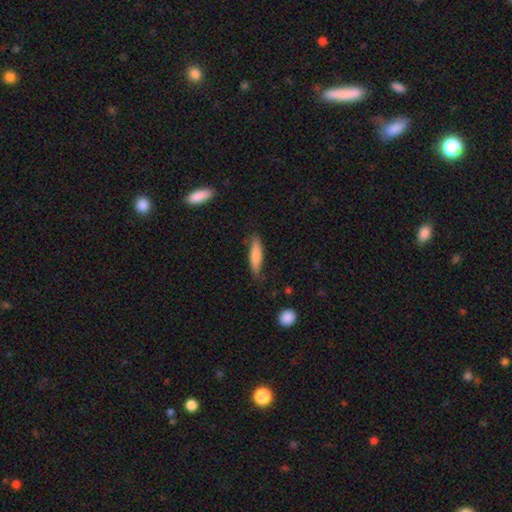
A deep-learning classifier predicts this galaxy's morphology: A smooth galaxy with no disk features (77%) that is cigar-shaped (72%). Merging: none (77%).